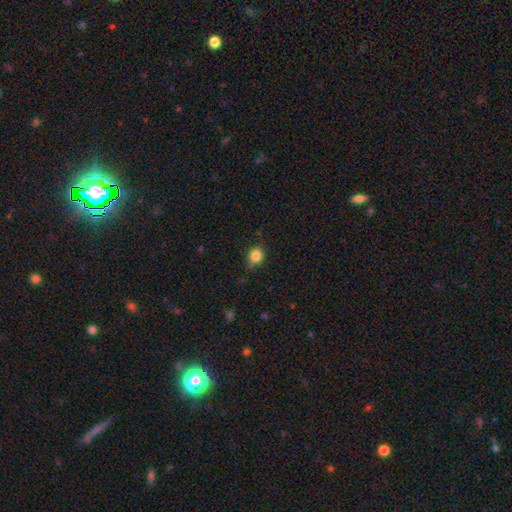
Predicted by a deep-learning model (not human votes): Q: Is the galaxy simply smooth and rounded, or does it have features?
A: smooth — 84%.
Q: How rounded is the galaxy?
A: round — 77%.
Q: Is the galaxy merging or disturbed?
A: none — 75%.